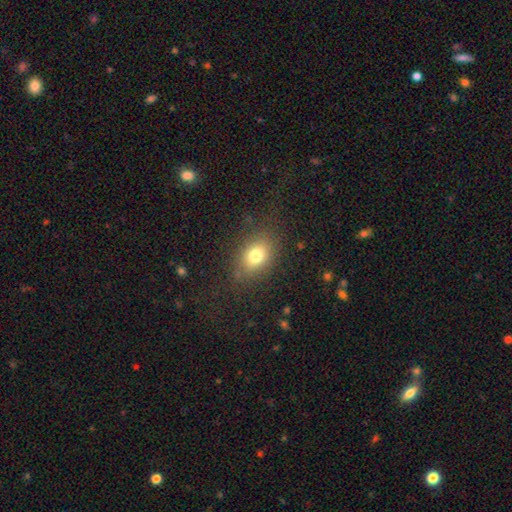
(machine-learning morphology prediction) type=smooth (77%); roundness=in between (73%); merging=none (80%).